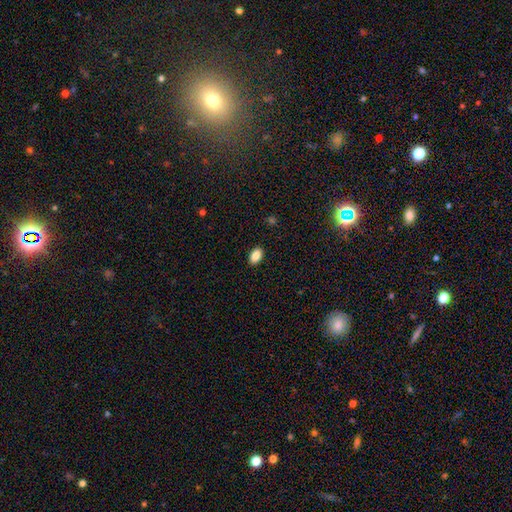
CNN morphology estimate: This appears to be a smooth galaxy with no disk features (87%) that is in between round and cigar-shaped (90%). Merging: none (90%).